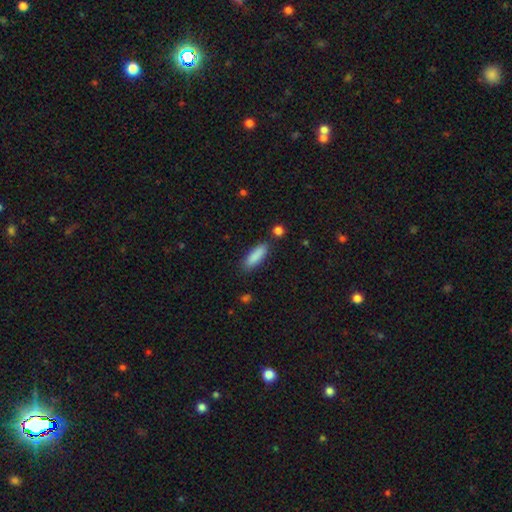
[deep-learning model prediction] This appears to be a smooth galaxy with no disk features (87%) that is cigar-shaped (52%). Merging: none (83%).